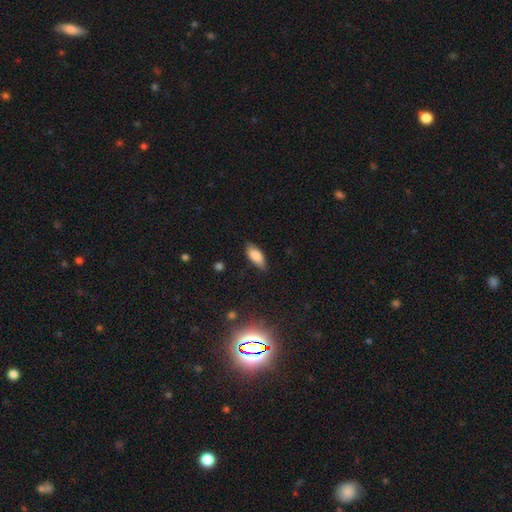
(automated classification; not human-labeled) Overall: smooth (83%). How rounded: in between (84%). Merging: none (79%).